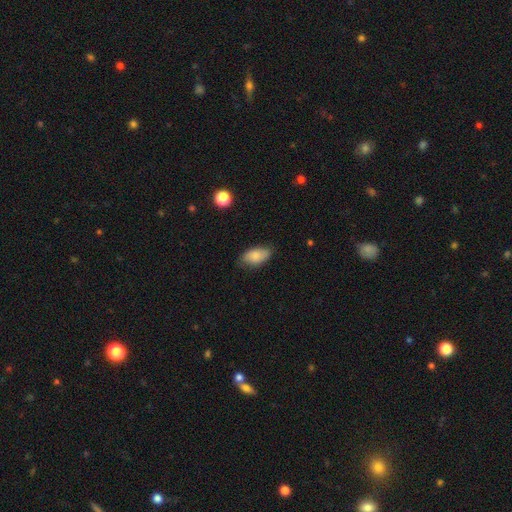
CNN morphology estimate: Overall: smooth (83%). How rounded: in between (92%). Merging: none (75%).